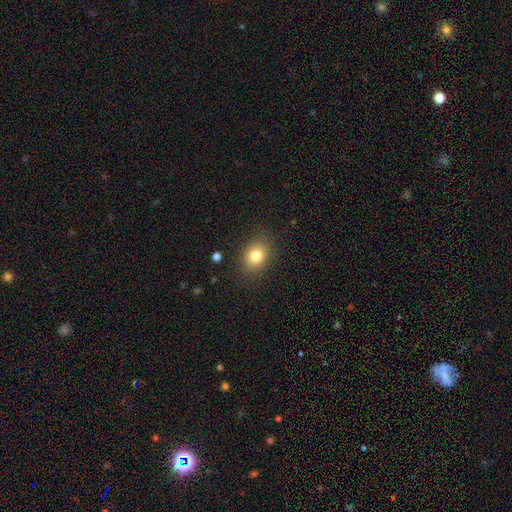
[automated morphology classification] Overall: smooth (80%). How rounded: in between (54%; round 45%). Merging: none (86%).